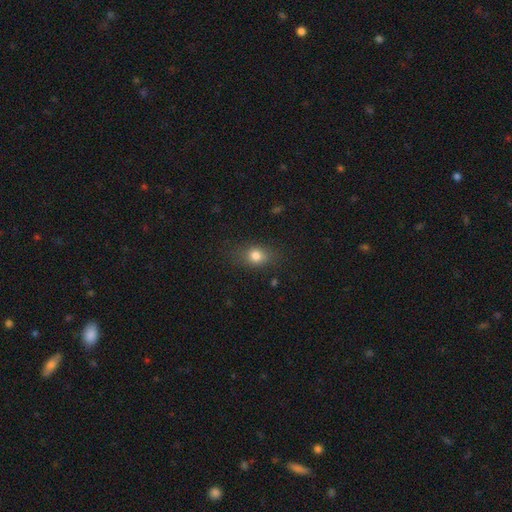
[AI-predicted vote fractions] Smooth or featured?
  - smooth: 79% *
  - star or artifact: 11%
  - featured or disk: 10%
How rounded?
  - in between: 59% *
  - round: 38%
  - cigar-shaped: 3%
Merging?
  - none: 77% *
  - minor disturbance: 16%
  - major disturbance: 6%
  - merger: 1%